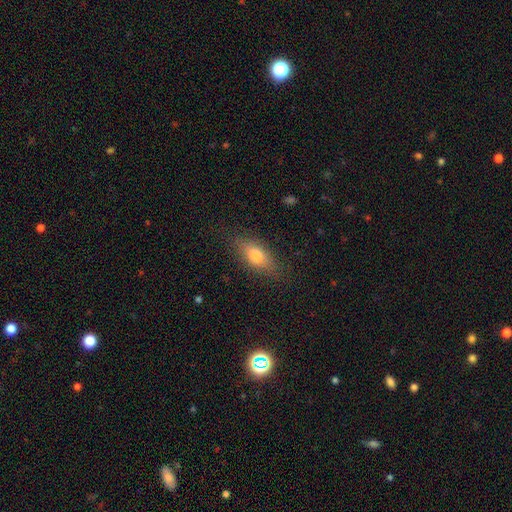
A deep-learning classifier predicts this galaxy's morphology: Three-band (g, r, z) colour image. It shows a smooth galaxy with no disk features (74%) that is in between round and cigar-shaped (77%). Merging: none (81%).